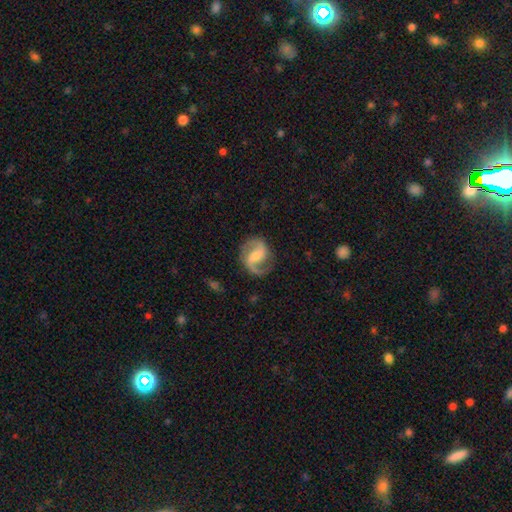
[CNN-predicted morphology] type=featured or disk (88%); edge-on=no (98%); bar=weak (47%); spiral arms=yes (97%); winding=medium (53%); arm count=2 (92%); bulge=small (43%); merging=none (81%).